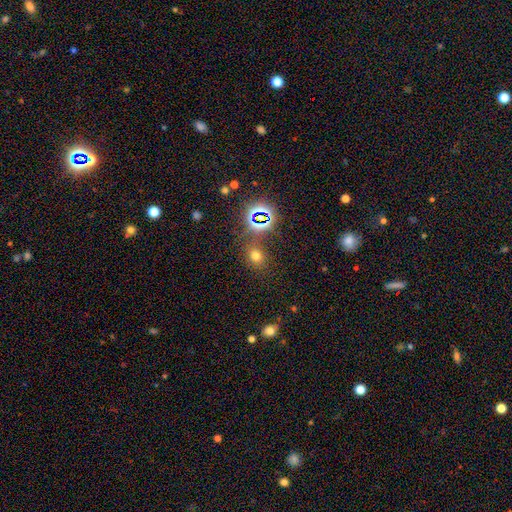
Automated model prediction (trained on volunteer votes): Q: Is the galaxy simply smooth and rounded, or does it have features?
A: smooth — 61%.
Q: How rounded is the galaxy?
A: round — 65%.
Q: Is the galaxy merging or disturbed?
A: none — 77%.